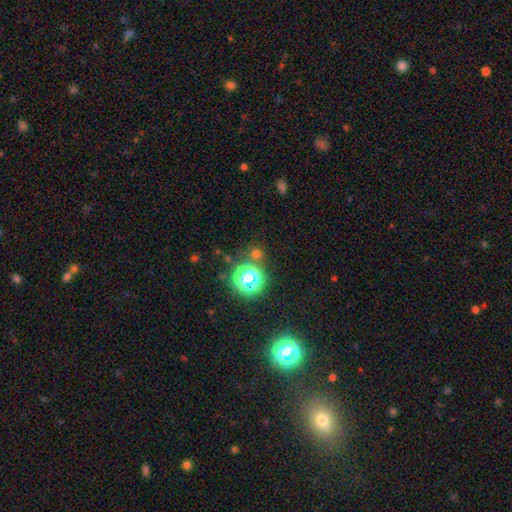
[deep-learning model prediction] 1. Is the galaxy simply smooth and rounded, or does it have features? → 60% star or artifact, 33% smooth, 7% featured or disk.